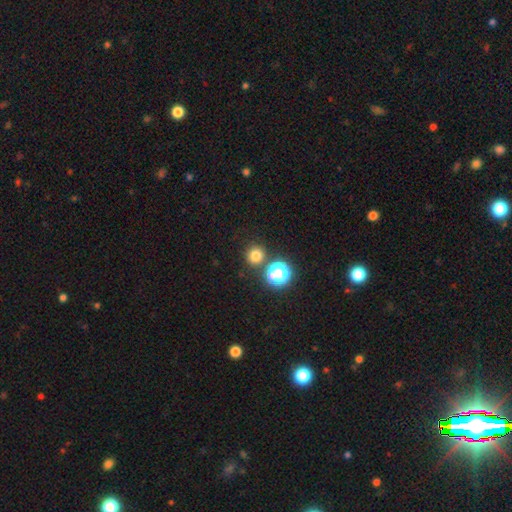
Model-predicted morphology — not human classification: smooth 74%, star or artifact 20%, featured or disk 6%. Down the decision tree: how rounded — round (92%); merging — none (80%).